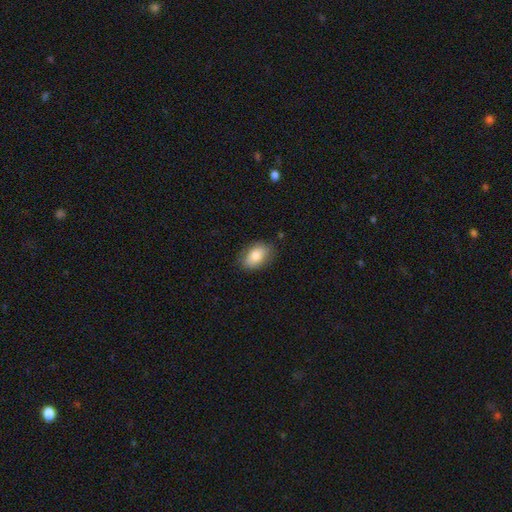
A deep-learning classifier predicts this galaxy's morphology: This appears to be a smooth galaxy with no disk features (80%) that is in between round and cigar-shaped (89%). Merging: none (81%).